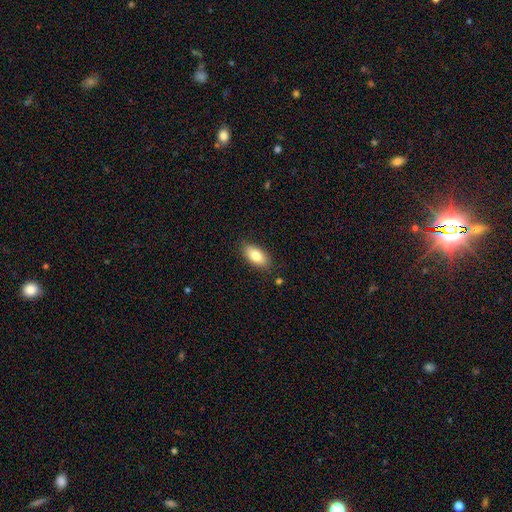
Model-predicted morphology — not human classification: Smooth or featured? smooth (82%)
How rounded? in between (91%)
Merging? none (86%)